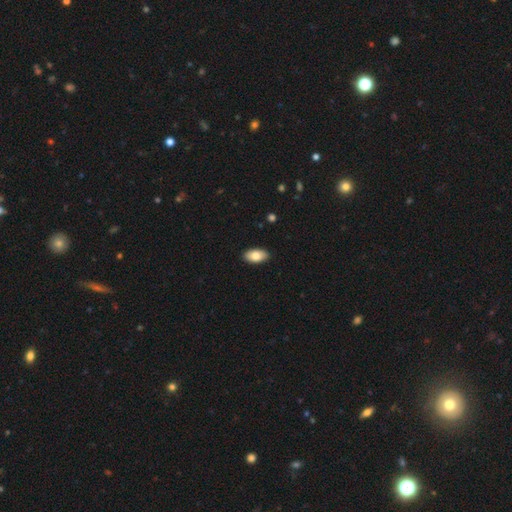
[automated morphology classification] Q: Smooth or featured?
A: smooth (82%); runner-up: featured or disk (12%)
Q: How rounded?
A: in between (94%); runner-up: cigar-shaped (3%)
Q: Merging?
A: none (90%); runner-up: minor disturbance (7%)